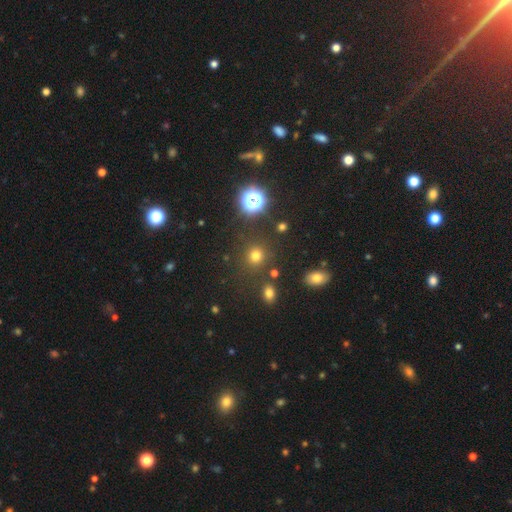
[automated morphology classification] A smooth galaxy with no disk features (71%) that is round (90%).

Vote fractions:
- Smooth or featured? smooth: 71% / star or artifact: 22% / featured or disk: 7%
- How rounded? round: 90% / in between: 9% / cigar-shaped: 1%
- Merging? none: 84% / minor disturbance: 8% / merger: 4% / major disturbance: 4%